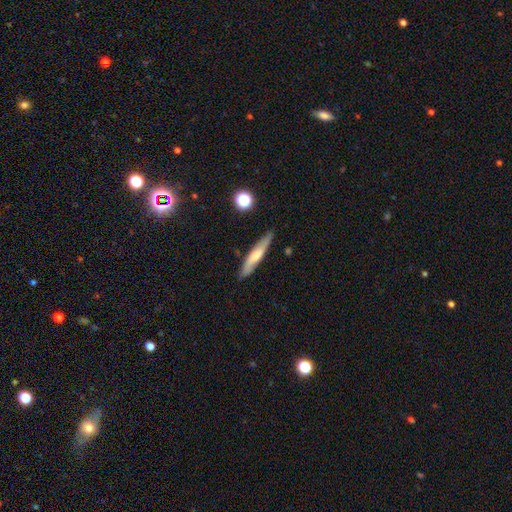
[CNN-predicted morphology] Smooth or featured? Predicted: smooth (p=0.57). How rounded? Predicted: cigar-shaped (p=0.88). Merging? Predicted: none (p=0.84).